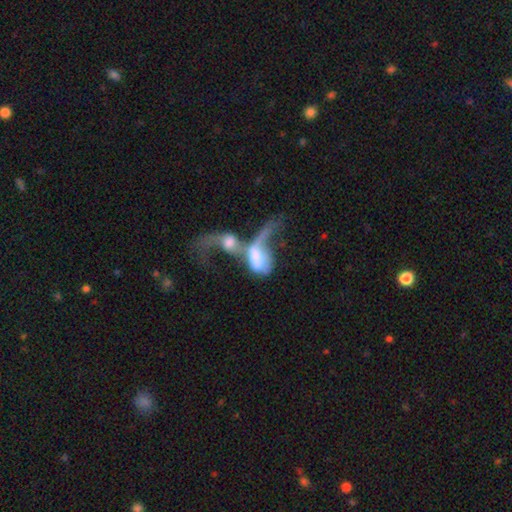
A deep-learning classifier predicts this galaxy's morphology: A featured or disk galaxy (56%) with no bar (55%), spiral arms (58%) and a moderate central bulge (37%).

Vote fractions:
- Smooth or featured? featured or disk: 56% / smooth: 35% / star or artifact: 9%
- Edge-on disk? no: 90% / yes: 10%
- Bar? no: 55% / weak: 29% / strong: 16%
- Spiral arms? yes: 58% / no: 42%
- Bulge size? moderate: 37% / large: 22% / small: 20% / none: 17% / dominant: 5%
- Merging? merger: 79% / major disturbance: 14% / none: 5% / minor disturbance: 3%